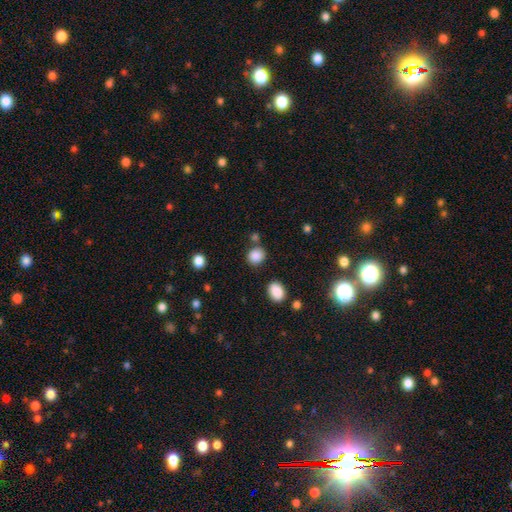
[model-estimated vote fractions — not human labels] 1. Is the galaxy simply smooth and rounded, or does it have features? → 87% smooth, 10% star or artifact, 3% featured or disk.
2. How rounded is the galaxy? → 79% round, 20% in between, 1% cigar-shaped.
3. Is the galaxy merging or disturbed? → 76% none, 11% minor disturbance, 9% merger, 4% major disturbance.